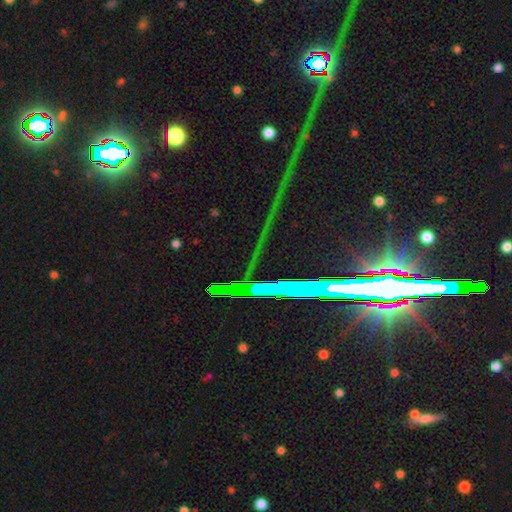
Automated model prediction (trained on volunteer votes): Morphology: type=star or artifact (74%).